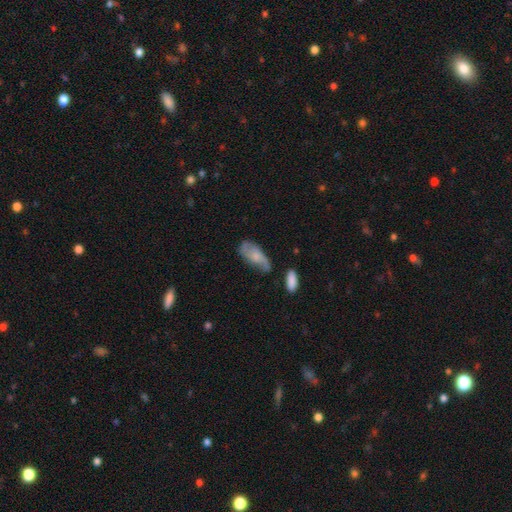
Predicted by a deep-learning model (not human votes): smooth-or-featured: featured or disk: 47% | smooth: 46% | star or artifact: 7%
  merging: none: 51% | minor disturbance: 30% | major disturbance: 13% | merger: 6%